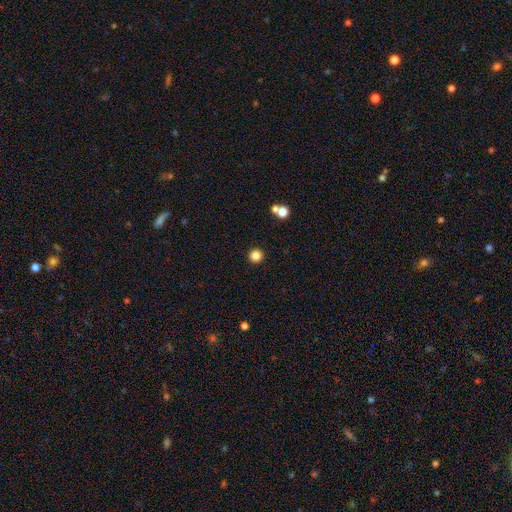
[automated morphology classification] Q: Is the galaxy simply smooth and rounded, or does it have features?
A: smooth — 84%.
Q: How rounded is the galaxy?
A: round — 96%.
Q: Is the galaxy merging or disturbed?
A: none — 92%.